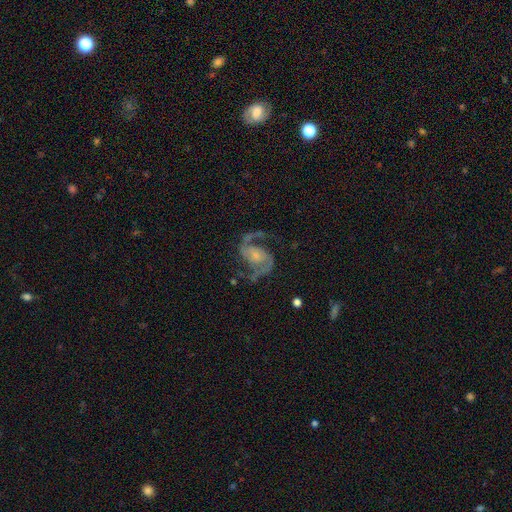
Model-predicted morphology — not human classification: This is clearly a featured or disk galaxy (91%). It is clearly not viewed edge-on (98%). Bar: possibly no (51%). Spiral arm pattern: clearly yes (97%). Spiral arm count: clearly 2 (93%). Spiral winding: possibly medium (53%). Central bulge: possibly small (48%). Merging: likely none (69%).